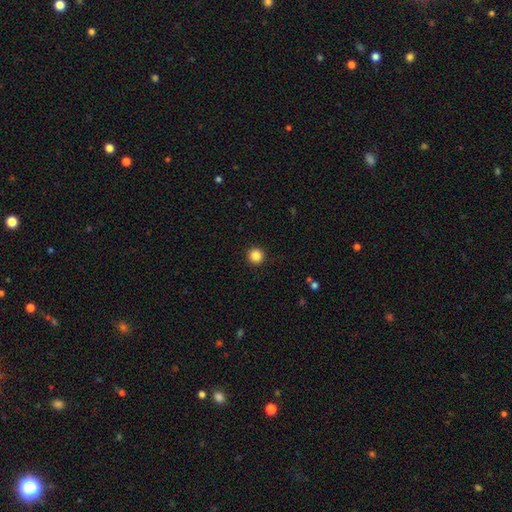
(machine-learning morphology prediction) Q: Smooth or featured?
A: smooth (86%); runner-up: star or artifact (11%)
Q: How rounded?
A: round (96%); runner-up: in between (3%)
Q: Merging?
A: none (93%); runner-up: minor disturbance (4%)